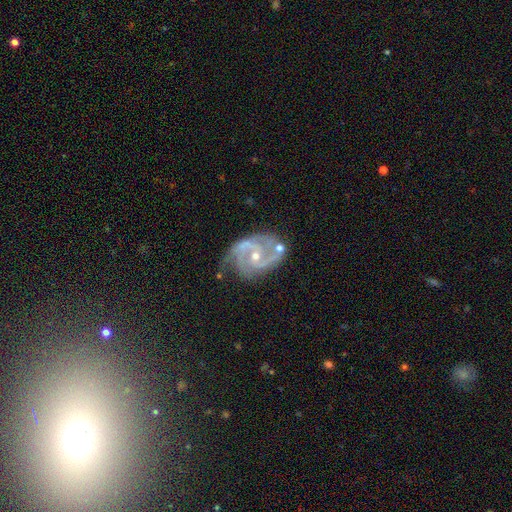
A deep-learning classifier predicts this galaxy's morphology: Smooth or featured? featured or disk (89%)
Edge-on disk? no (97%)
Bar? no (50%)
Spiral arms? yes (97%)
Spiral winding? medium (51%)
Spiral arm count? 2 (56%)
Bulge size? small (58%)
Merging? none (57%)